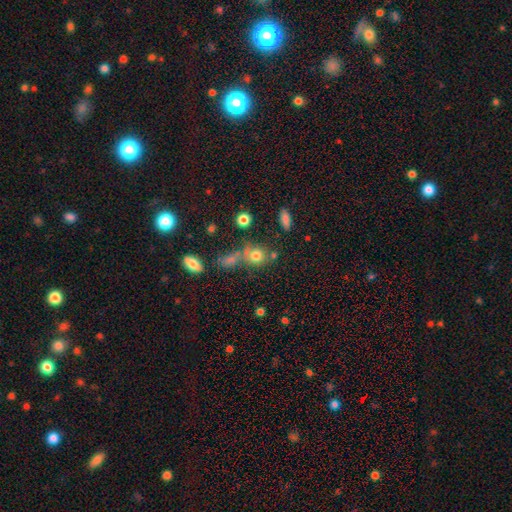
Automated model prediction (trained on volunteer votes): A smooth galaxy with no disk features (76%) that is round (67%).

Vote fractions:
- Smooth or featured? smooth: 76% / star or artifact: 14% / featured or disk: 11%
- How rounded? round: 67% / in between: 30% / cigar-shaped: 3%
- Merging? none: 55% / merger: 25% / minor disturbance: 13% / major disturbance: 7%